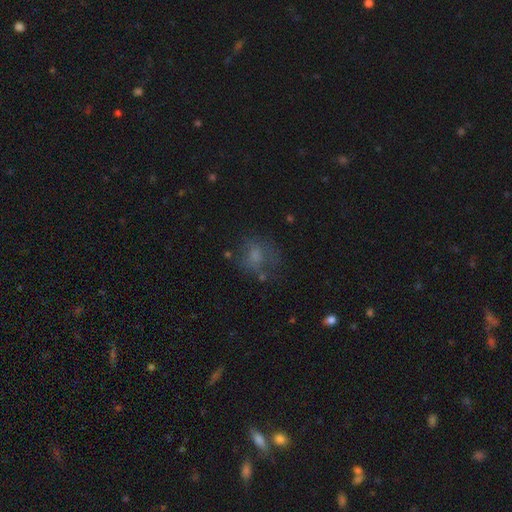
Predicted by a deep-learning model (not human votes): This appears to be a smooth galaxy with no disk features (58%) that is round (61%). Merging: none (52%).